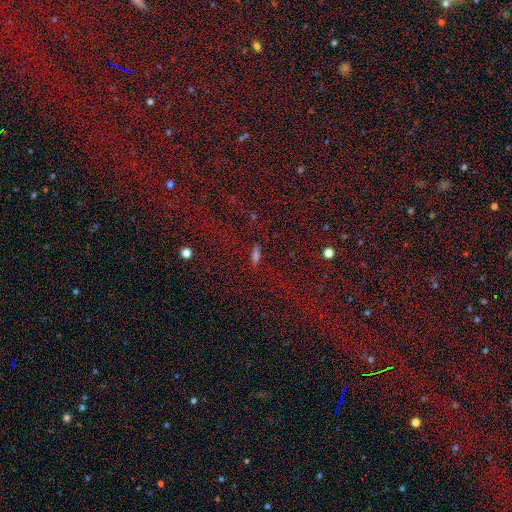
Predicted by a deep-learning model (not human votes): Smooth or featured? smooth (57%)
How rounded? cigar-shaped (49%)
Merging? none (86%)